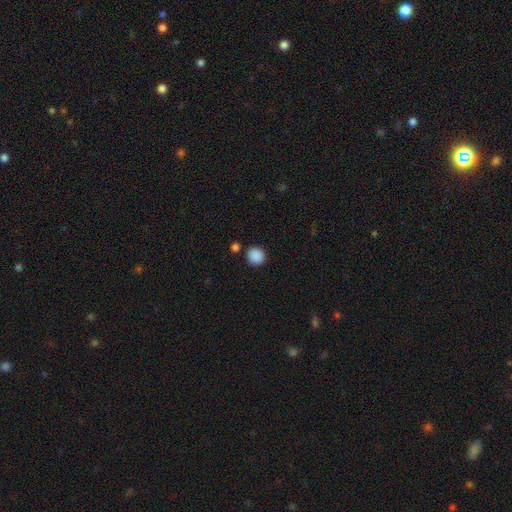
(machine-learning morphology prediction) Smooth or featured: smooth — 88% (star or artifact — 9%)
How rounded: round — 92% (in between — 7%)
Merging: none — 88% (minor disturbance — 6%)